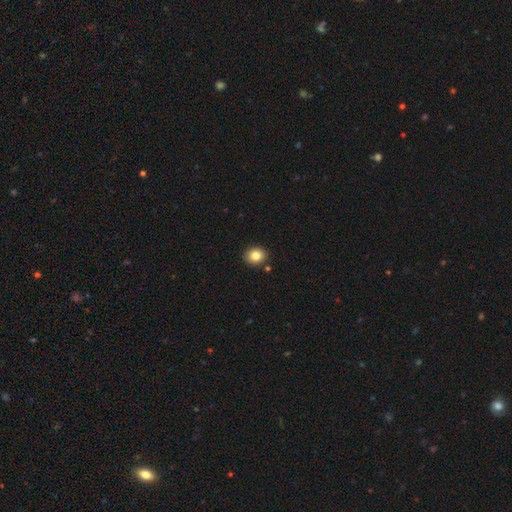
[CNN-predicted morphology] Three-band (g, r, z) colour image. It shows a smooth galaxy with no disk features (83%) that is round (63%). Merging: none (87%).